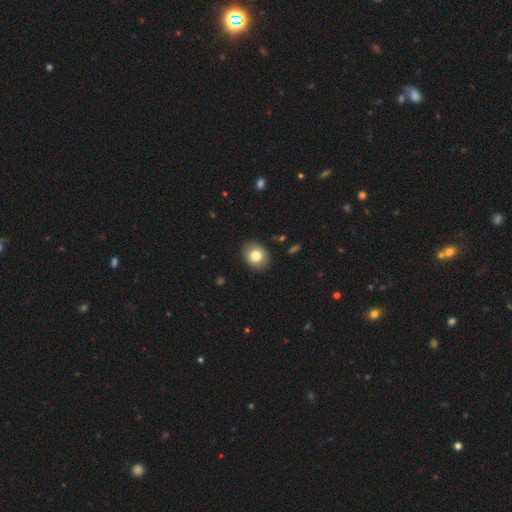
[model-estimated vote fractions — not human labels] Smooth or featured? smooth (78%)
How rounded? in between (53%)
Merging? none (87%)